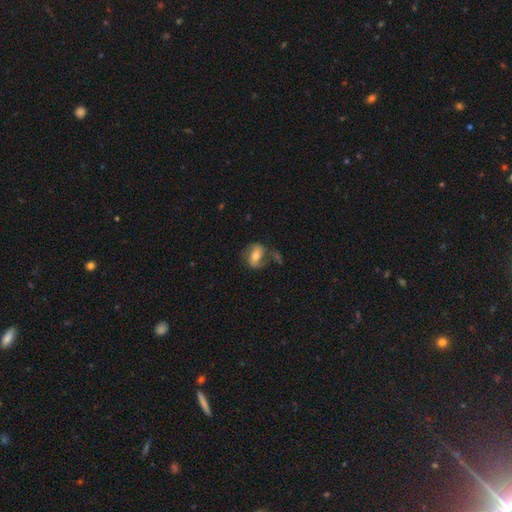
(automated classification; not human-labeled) This appears to be a featured or disk galaxy (51%). Merging: none (52%).